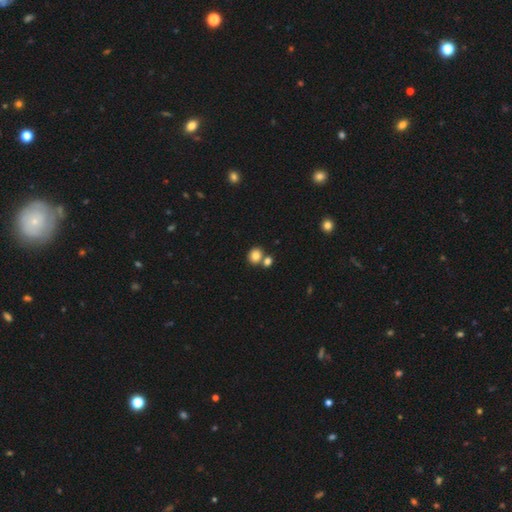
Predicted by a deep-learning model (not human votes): smooth_or_featured: smooth (p=0.83) [alt: star or artifact p=0.10]
how_rounded: round (p=0.68) [alt: in between p=0.31]
merging: none (p=0.58) [alt: merger p=0.31]